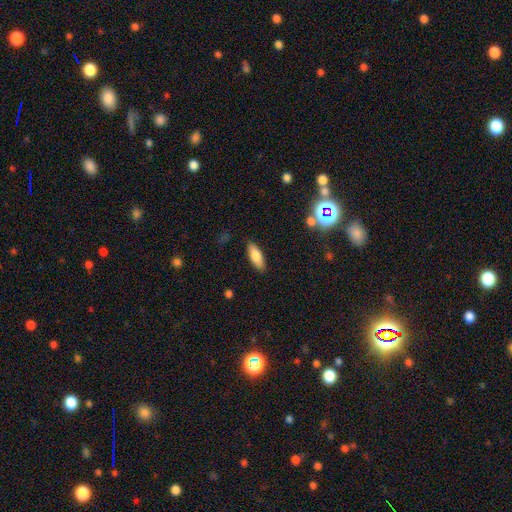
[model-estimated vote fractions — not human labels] Overall: smooth (78%). How rounded: in between (69%; cigar-shaped 29%). Merging: none (87%).